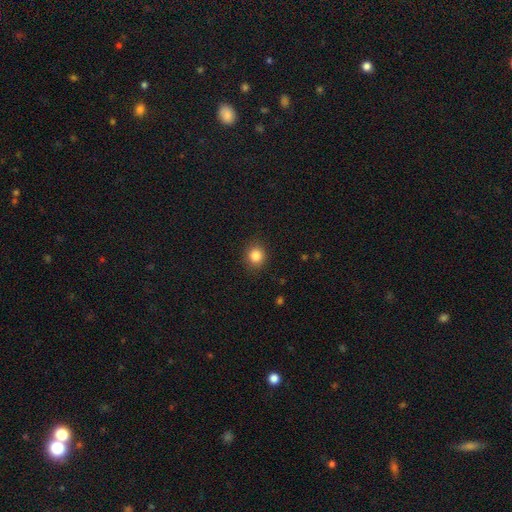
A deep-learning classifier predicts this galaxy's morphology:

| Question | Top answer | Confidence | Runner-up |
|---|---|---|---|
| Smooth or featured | smooth | 85% | star or artifact (10%) |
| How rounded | round | 83% | in between (16%) |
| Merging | none | 88% | minor disturbance (8%) |